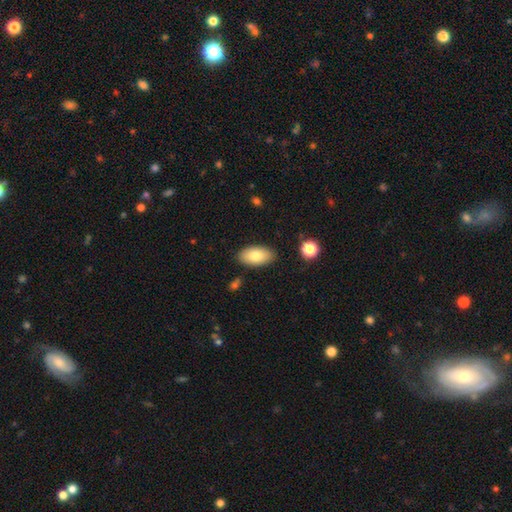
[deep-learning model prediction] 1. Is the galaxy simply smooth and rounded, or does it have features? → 79% smooth, 14% featured or disk, 7% star or artifact.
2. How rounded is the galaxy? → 94% in between, 4% round, 2% cigar-shaped.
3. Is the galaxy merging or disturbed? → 86% none, 10% minor disturbance, 2% major disturbance, 2% merger.